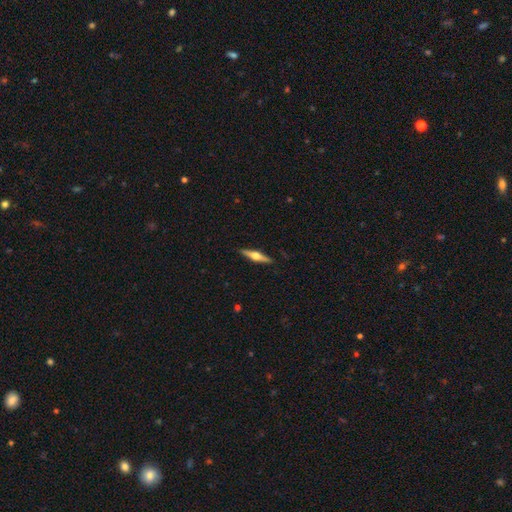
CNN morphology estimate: A featured or disk galaxy (64%) viewed edge-on (97%) with a rounded central bulge (93%).

Vote fractions:
- Smooth or featured? featured or disk: 64% / smooth: 31% / star or artifact: 5%
- Edge-on disk? yes: 97% / no: 3%
- Edge-on bulge? rounded: 93% / boxy: 4% / none: 2%
- Merging? none: 90% / minor disturbance: 7% / major disturbance: 2% / merger: 1%